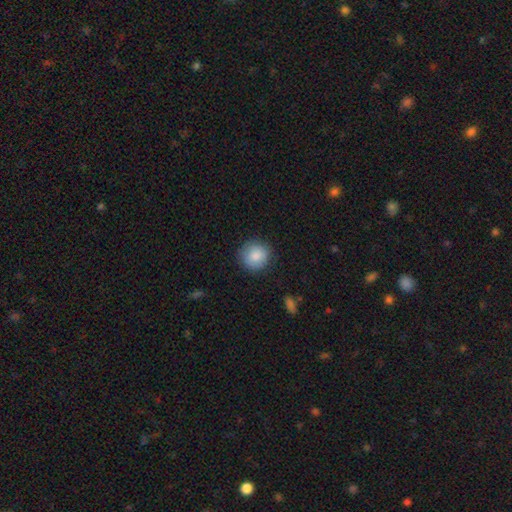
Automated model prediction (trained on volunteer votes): Smooth or featured: smooth — 86% (star or artifact — 7%)
How rounded: round — 90% (in between — 9%)
Merging: none — 85% (minor disturbance — 11%)